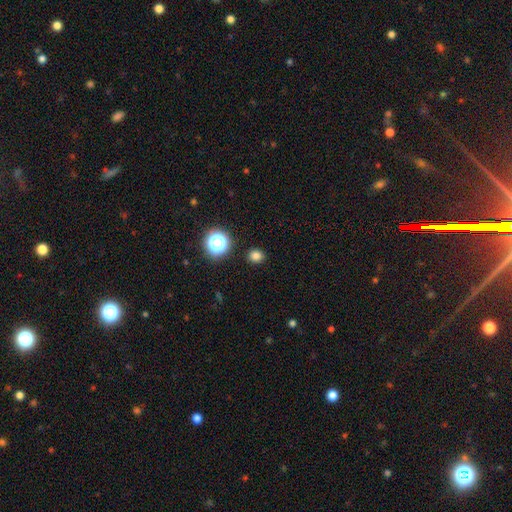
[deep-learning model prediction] Smooth or featured? smooth (79%)
How rounded? round (79%)
Merging? none (90%)